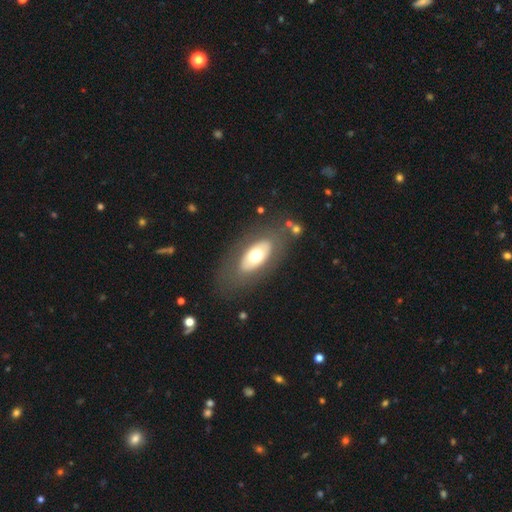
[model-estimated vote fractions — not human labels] Smooth or featured: smooth — 52% (featured or disk — 41%)
How rounded: in between — 89% (round — 6%)
Merging: none — 79% (minor disturbance — 12%)